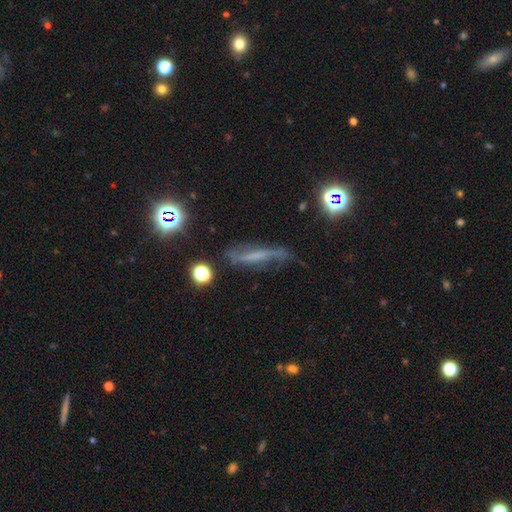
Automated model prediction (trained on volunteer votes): featured or disk 53%, smooth 27%, star or artifact 21%. Down the decision tree: edge-on disk — no (53%); merging — none (59%).